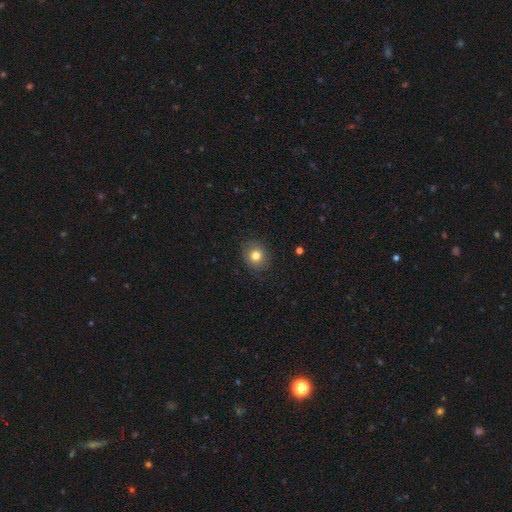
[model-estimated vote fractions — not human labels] This is likely a smooth galaxy (79%). How rounded: likely round (77%). Merging: clearly none (87%).